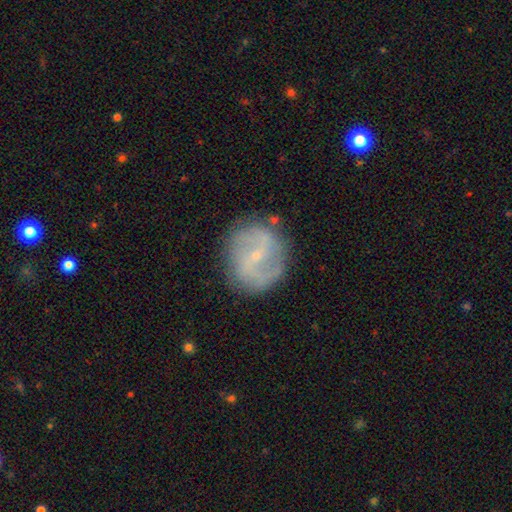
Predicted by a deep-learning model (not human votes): Q: Smooth or featured?
A: featured or disk (76%); runner-up: smooth (17%)
Q: Edge-on disk?
A: no (97%); runner-up: yes (3%)
Q: Bar?
A: weak (45%); runner-up: strong (29%)
Q: Spiral arms?
A: yes (83%); runner-up: no (17%)
Q: Spiral winding?
A: medium (42%); runner-up: loose (38%)
Q: Spiral arm count?
A: 2 (83%); runner-up: can't tell (10%)
Q: Bulge size?
A: small (81%); runner-up: moderate (14%)
Q: Merging?
A: none (80%); runner-up: minor disturbance (14%)